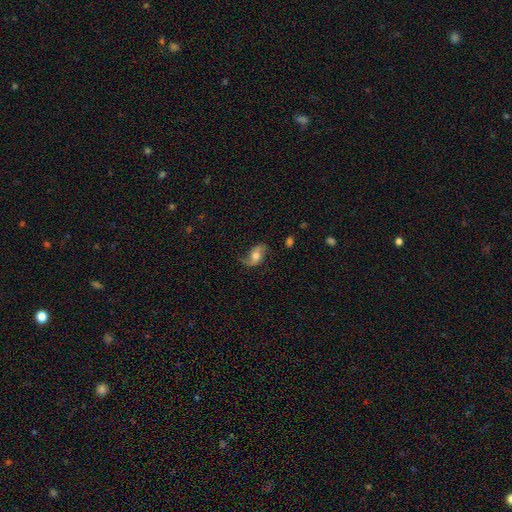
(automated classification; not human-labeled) This appears to be a featured or disk galaxy (63%) with no bar (54%), 2 (87%) loose (72%) spiral arms (89%) and a moderate central bulge (59%). Merging: none (67%).